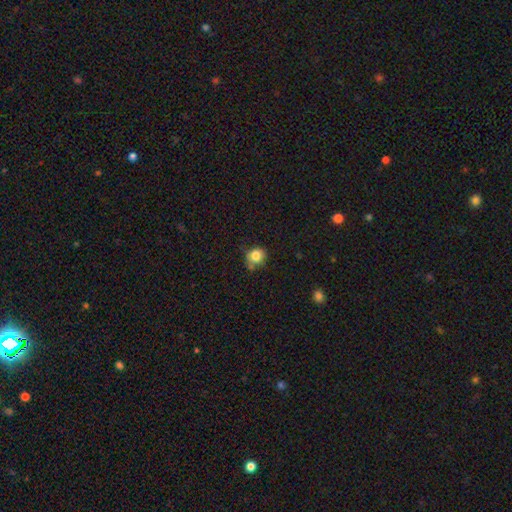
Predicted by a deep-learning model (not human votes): Q: Smooth or featured?
A: smooth (80%); runner-up: star or artifact (11%)
Q: How rounded?
A: round (77%); runner-up: in between (22%)
Q: Merging?
A: none (59%); runner-up: minor disturbance (28%)